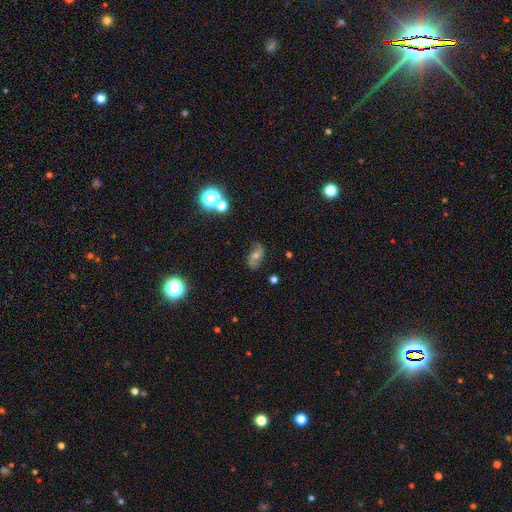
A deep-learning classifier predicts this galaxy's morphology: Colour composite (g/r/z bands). It shows a featured or disk galaxy (58%) with no bar (50%), spiral arms (82%) and a moderate central bulge (61%). Merging: none (77%).